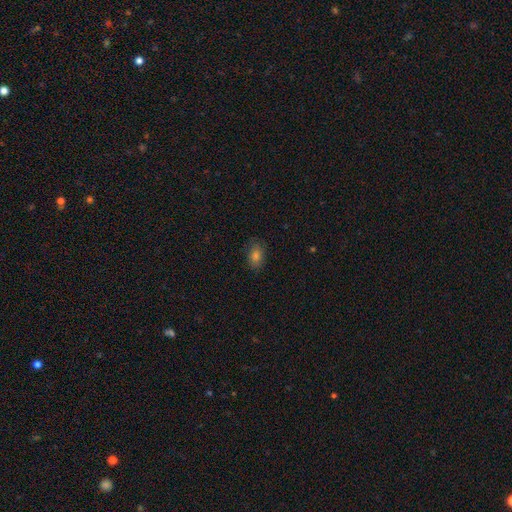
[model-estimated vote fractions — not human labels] smooth 76%, star or artifact 15%, featured or disk 9%. Down the decision tree: how rounded — in between (80%); merging — none (84%).